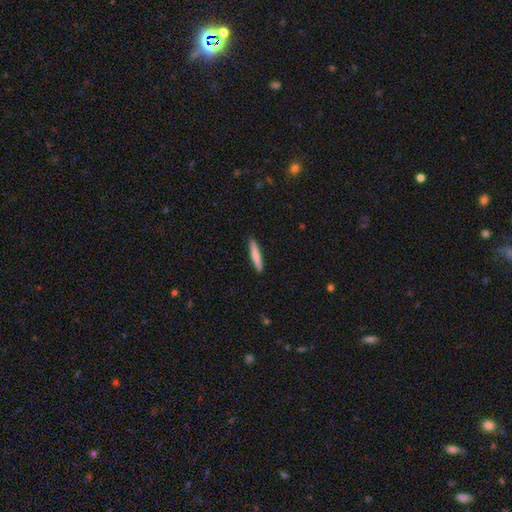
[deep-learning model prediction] This appears to be a smooth galaxy with no disk features (79%) that is cigar-shaped (93%). Merging: none (91%).